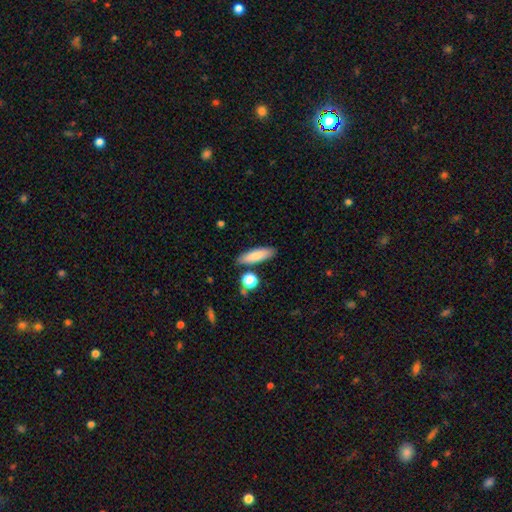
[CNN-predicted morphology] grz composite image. It shows a smooth galaxy with no disk features (80%) that is cigar-shaped (51%). Merging: none (82%).